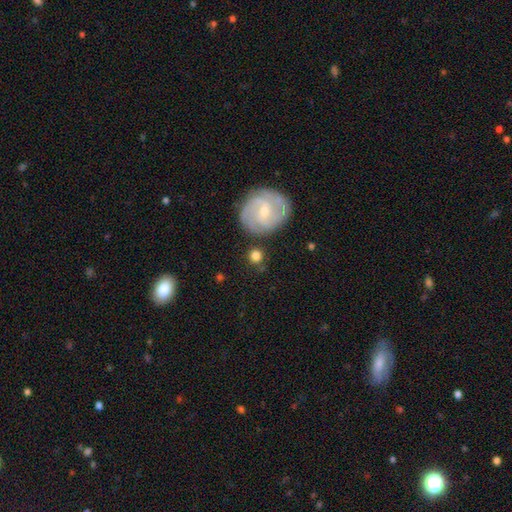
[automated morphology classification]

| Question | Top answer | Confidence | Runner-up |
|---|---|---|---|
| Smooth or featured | smooth | 67% | featured or disk (26%) |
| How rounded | round | 89% | in between (10%) |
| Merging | none | 80% | minor disturbance (10%) |